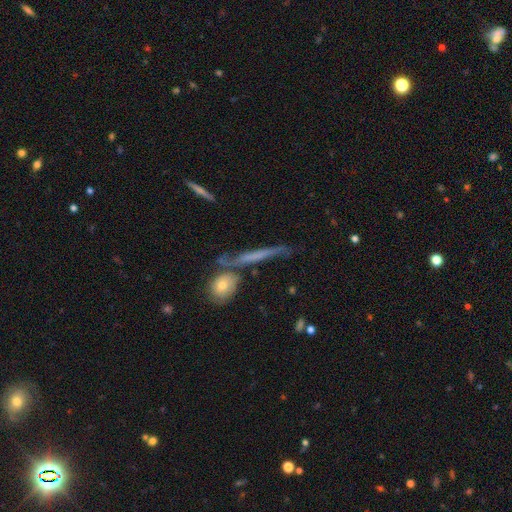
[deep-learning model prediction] The model was most divided on "smooth or featured": featured or disk: 52%, smooth: 38%, star or artifact: 10%. More confident: edge-on disk — yes (82%); merging — none (63%).